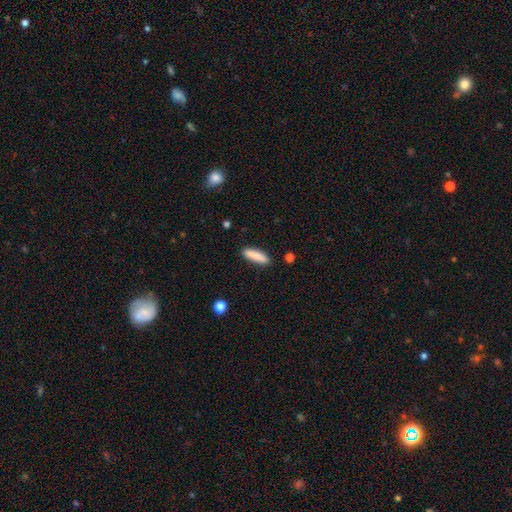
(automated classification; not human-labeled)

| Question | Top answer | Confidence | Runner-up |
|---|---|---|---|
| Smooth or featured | smooth | 85% | featured or disk (8%) |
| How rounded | cigar-shaped | 67% | in between (31%) |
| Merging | none | 88% | minor disturbance (9%) |